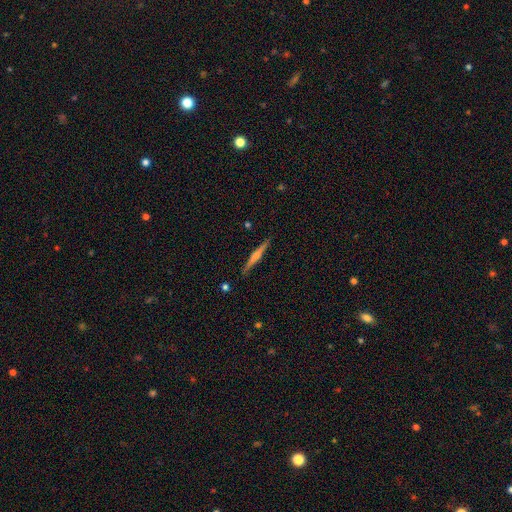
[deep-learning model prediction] smooth_or_featured: featured or disk (p=0.69) [alt: smooth p=0.25]
disk_edge_on: yes (p=0.98) [alt: no p=0.02]
edge_on_bulge: rounded (p=0.76) [alt: none p=0.14]
merging: none (p=0.91) [alt: minor disturbance p=0.06]